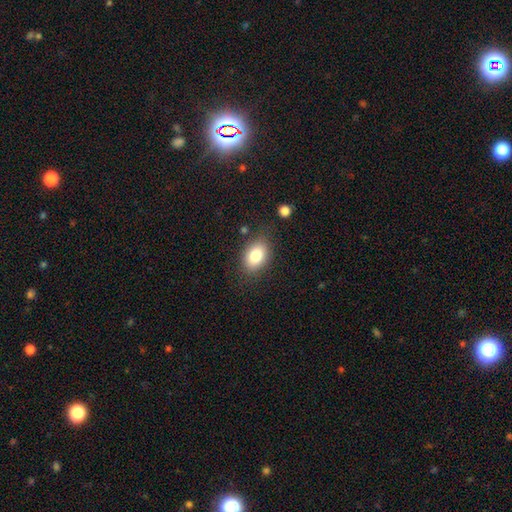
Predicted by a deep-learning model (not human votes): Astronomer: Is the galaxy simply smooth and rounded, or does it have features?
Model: smooth — 82%.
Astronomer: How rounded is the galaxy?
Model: in between — 83%.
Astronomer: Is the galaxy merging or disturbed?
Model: none — 80%.